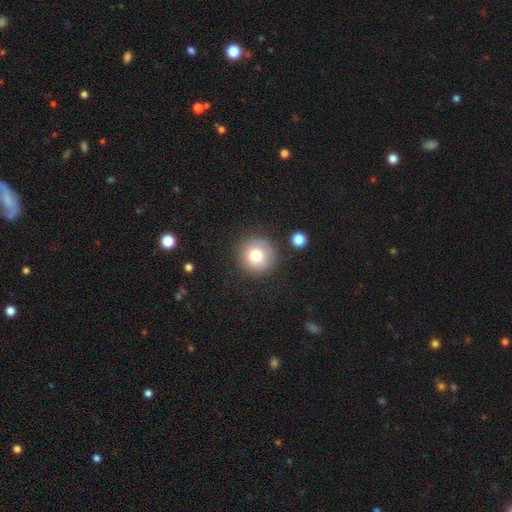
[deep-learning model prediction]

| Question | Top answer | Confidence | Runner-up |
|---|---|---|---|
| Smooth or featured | smooth | 78% | featured or disk (12%) |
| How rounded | round | 95% | in between (4%) |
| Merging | none | 84% | minor disturbance (9%) |